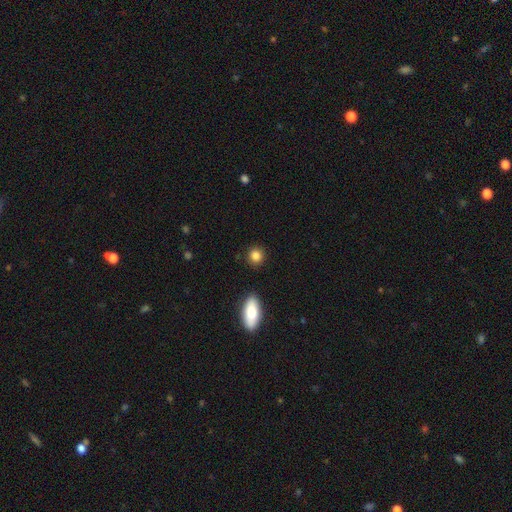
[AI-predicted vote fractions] Overall: smooth (86%). How rounded: round (85%). Merging: none (89%).